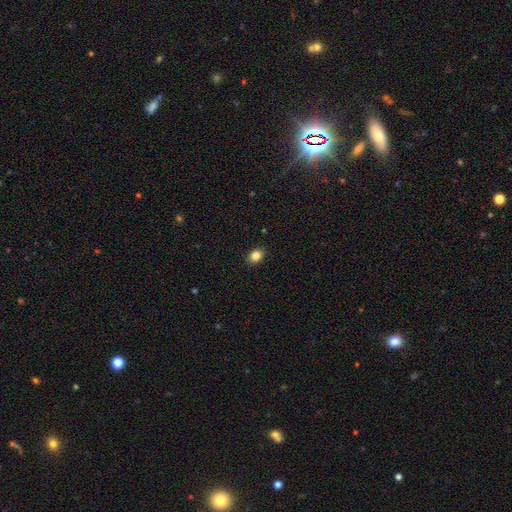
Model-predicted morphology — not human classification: This appears to be a smooth galaxy with no disk features (84%) that is in between round and cigar-shaped (68%). Merging: none (89%).